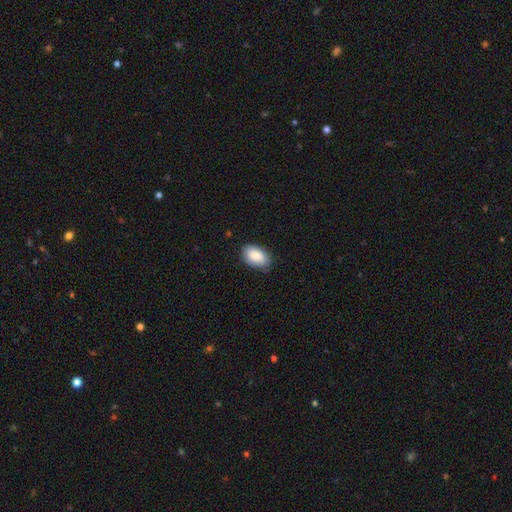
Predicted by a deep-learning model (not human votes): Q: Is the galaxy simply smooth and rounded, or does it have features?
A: smooth — 87%.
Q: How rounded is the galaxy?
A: in between — 92%.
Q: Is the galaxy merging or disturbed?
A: none — 81%.